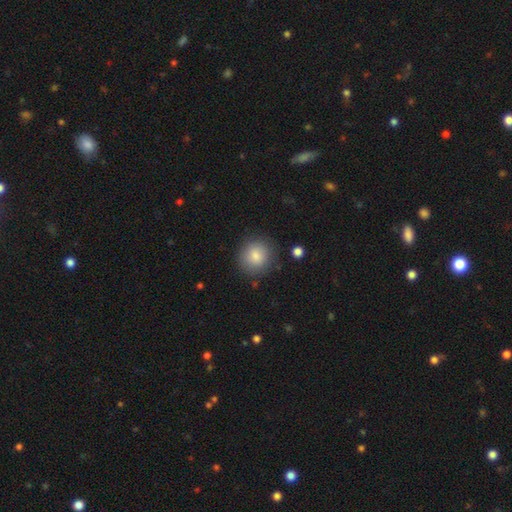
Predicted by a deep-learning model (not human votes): Q: Smooth or featured?
A: smooth (84%); runner-up: star or artifact (8%)
Q: How rounded?
A: round (89%); runner-up: in between (10%)
Q: Merging?
A: none (84%); runner-up: minor disturbance (10%)